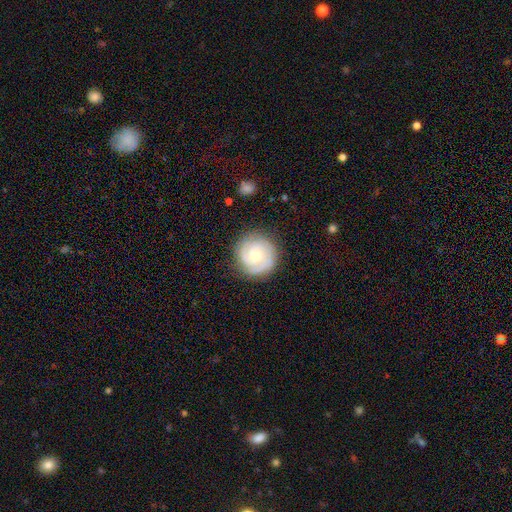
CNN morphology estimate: Smooth or featured? Predicted: featured or disk (p=0.79). Edge-on disk? Predicted: no (p=0.98). Bar? Predicted: no (p=0.73). Spiral arms? Predicted: yes (p=0.95). Spiral winding? Predicted: tight (p=0.74). Spiral arm count? Predicted: 2 (p=0.43). Bulge size? Predicted: moderate (p=0.49). Merging? Predicted: none (p=0.84).